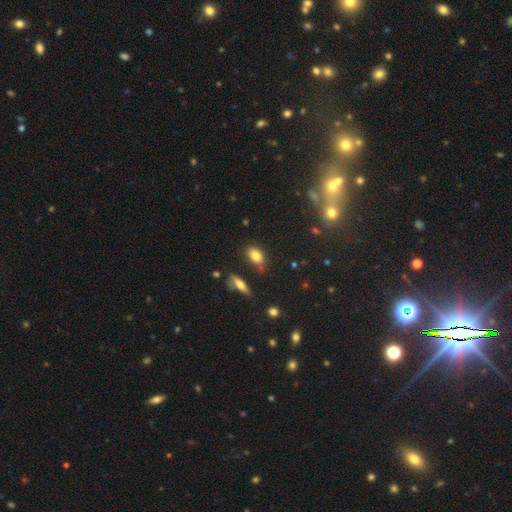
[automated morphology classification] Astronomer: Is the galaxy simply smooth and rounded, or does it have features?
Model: smooth — 81%.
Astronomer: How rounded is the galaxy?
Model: in between — 84%.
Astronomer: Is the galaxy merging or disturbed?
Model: none — 69%.